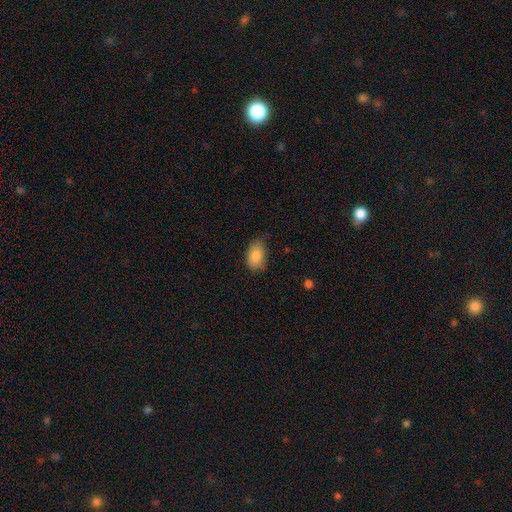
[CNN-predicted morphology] Overall: smooth (85%). How rounded: in between (90%). Merging: none (75%).